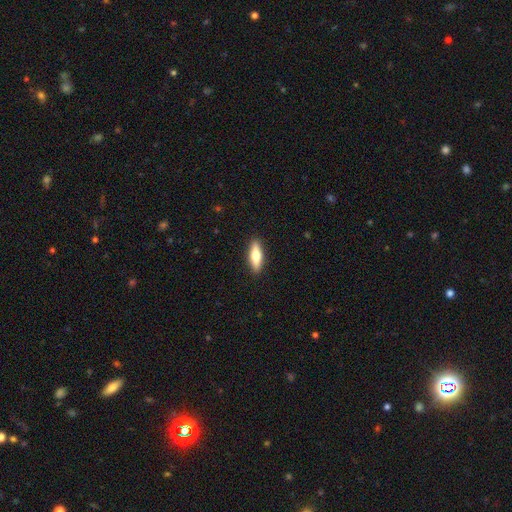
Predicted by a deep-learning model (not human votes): smooth_or_featured: smooth (p=0.61) [alt: featured or disk p=0.33]
how_rounded: cigar-shaped (p=0.55) [alt: in between p=0.42]
merging: none (p=0.90) [alt: minor disturbance p=0.07]